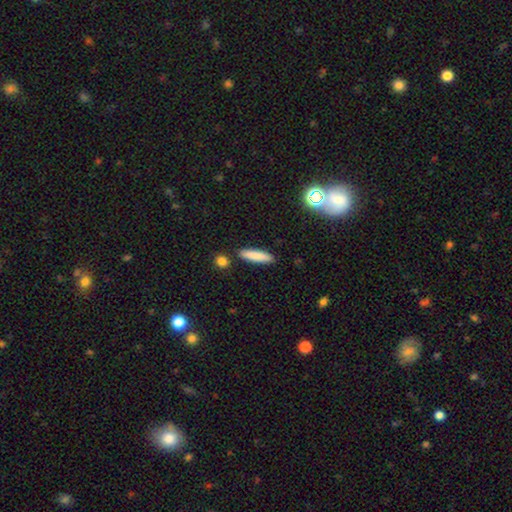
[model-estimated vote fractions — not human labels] Smooth or featured? Predicted: smooth (p=0.84). How rounded? Predicted: cigar-shaped (p=0.77). Merging? Predicted: none (p=0.87).